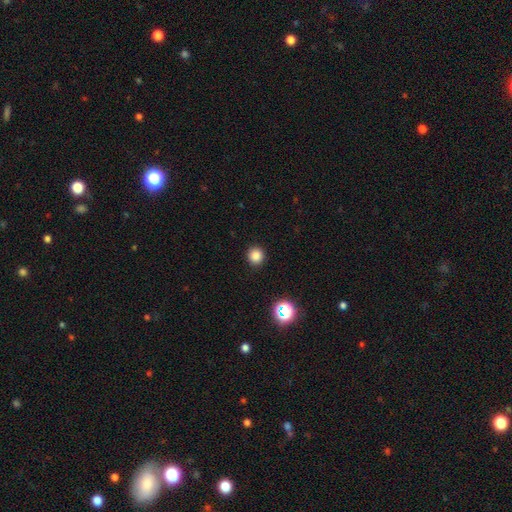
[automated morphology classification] This is clearly a smooth galaxy (83%). How rounded: clearly round (91%). Merging: clearly none (92%).